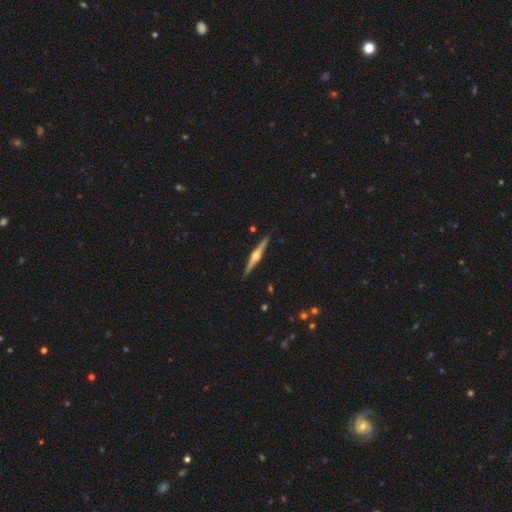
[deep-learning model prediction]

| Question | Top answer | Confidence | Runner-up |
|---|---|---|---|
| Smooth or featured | featured or disk | 81% | smooth (14%) |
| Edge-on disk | yes | 98% | no (2%) |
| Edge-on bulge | rounded | 94% | boxy (4%) |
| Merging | none | 91% | minor disturbance (6%) |